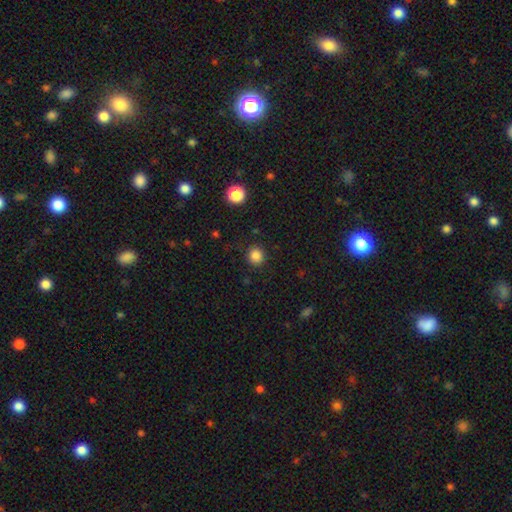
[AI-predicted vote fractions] Morphology: type=smooth (85%); roundness=round (91%); merging=none (89%).